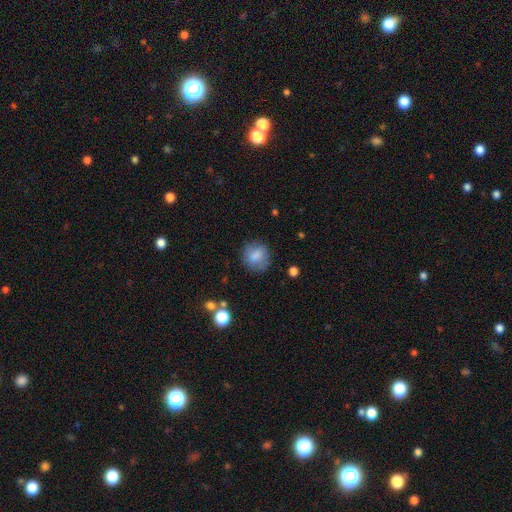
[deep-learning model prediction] This is likely a smooth galaxy (78%). How rounded: likely round (75%). Merging: likely none (75%).